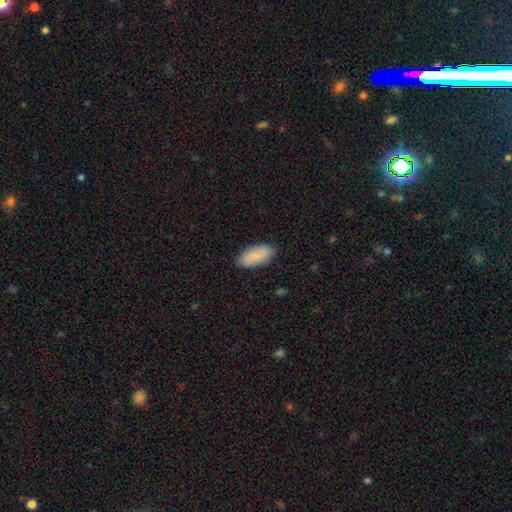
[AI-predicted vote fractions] The model was most divided on "smooth or featured": smooth: 84%, featured or disk: 10%, star or artifact: 6%. More confident: how rounded — in between (93%); merging — none (86%).